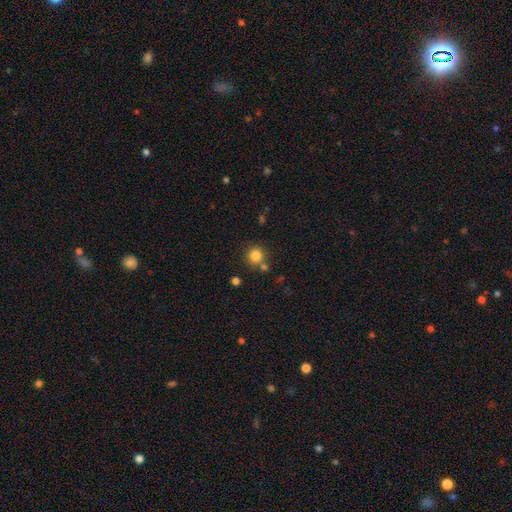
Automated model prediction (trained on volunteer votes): smooth_or_featured: smooth (p=0.82) [alt: star or artifact p=0.12]
how_rounded: round (p=0.93) [alt: in between p=0.06]
merging: none (p=0.75) [alt: merger p=0.14]